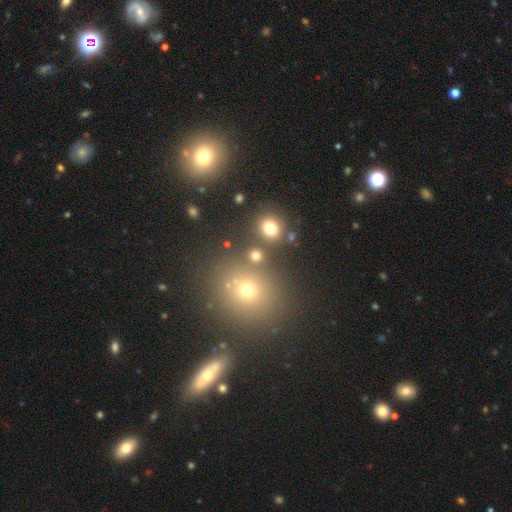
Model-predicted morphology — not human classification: Smooth or featured?
  - smooth: 70% *
  - star or artifact: 22%
  - featured or disk: 8%
How rounded?
  - round: 83% *
  - in between: 15%
  - cigar-shaped: 1%
Merging?
  - none: 75% *
  - merger: 13%
  - minor disturbance: 7%
  - major disturbance: 4%